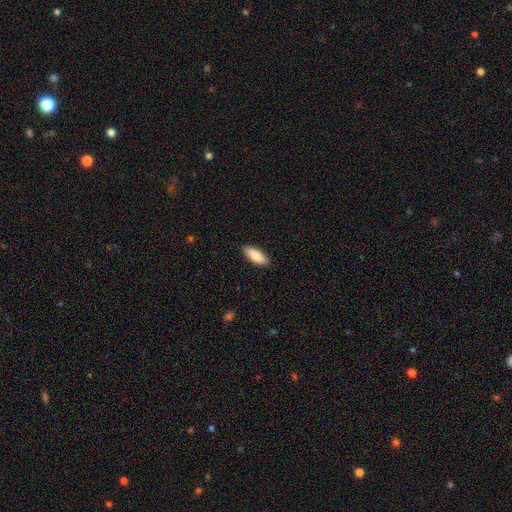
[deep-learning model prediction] A smooth galaxy with no disk features (86%) that is in between round and cigar-shaped (77%).

Vote fractions:
- Smooth or featured? smooth: 86% / featured or disk: 8% / star or artifact: 6%
- How rounded? in between: 77% / cigar-shaped: 22% / round: 2%
- Merging? none: 88% / minor disturbance: 10% / major disturbance: 2% / merger: 1%